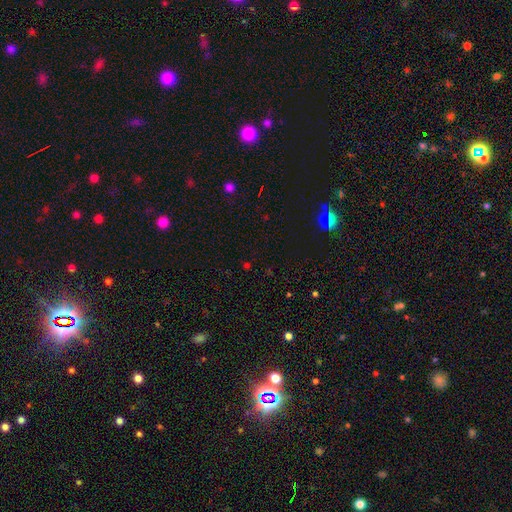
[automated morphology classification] smooth-or-featured: star or artifact: 62% | smooth: 31% | featured or disk: 7%